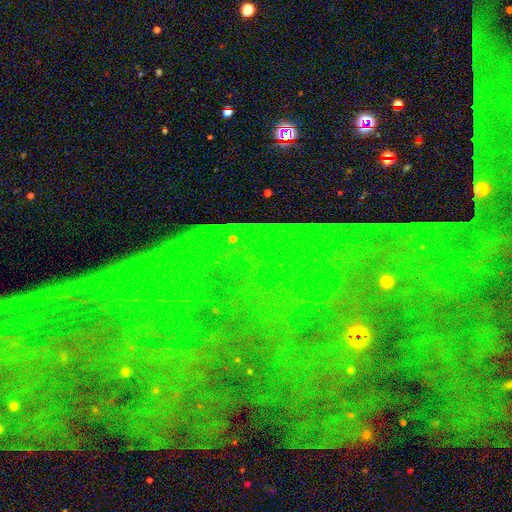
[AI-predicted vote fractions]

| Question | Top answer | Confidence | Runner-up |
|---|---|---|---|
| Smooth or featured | star or artifact | 83% | featured or disk (10%) |